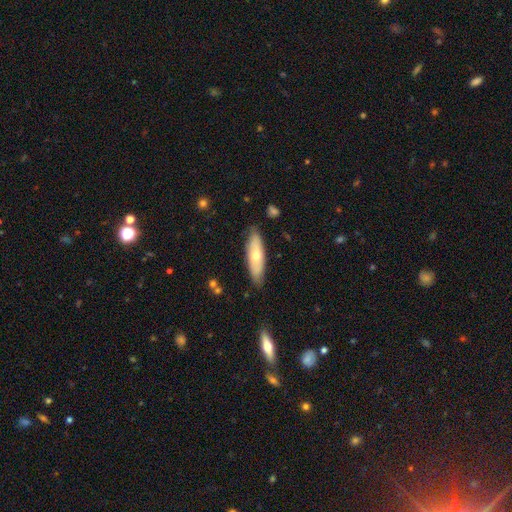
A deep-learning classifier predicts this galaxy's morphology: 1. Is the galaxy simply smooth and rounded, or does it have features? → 58% smooth, 36% featured or disk, 6% star or artifact.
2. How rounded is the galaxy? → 52% cigar-shaped, 46% in between, 2% round.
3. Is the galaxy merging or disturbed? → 84% none, 12% minor disturbance, 2% major disturbance, 1% merger.